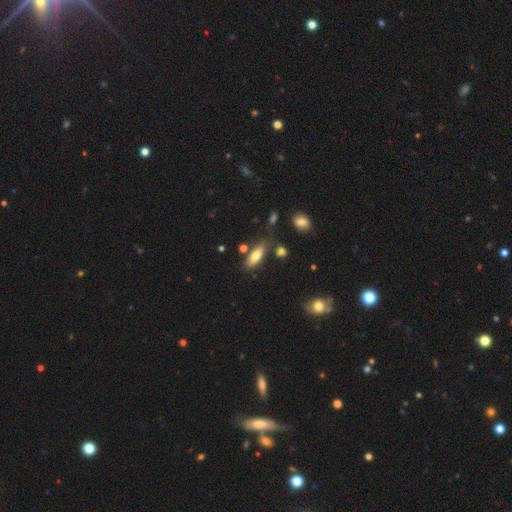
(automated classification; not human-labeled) Q: Smooth or featured?
A: smooth (74%); runner-up: featured or disk (19%)
Q: How rounded?
A: in between (65%); runner-up: cigar-shaped (33%)
Q: Merging?
A: none (74%); runner-up: minor disturbance (15%)